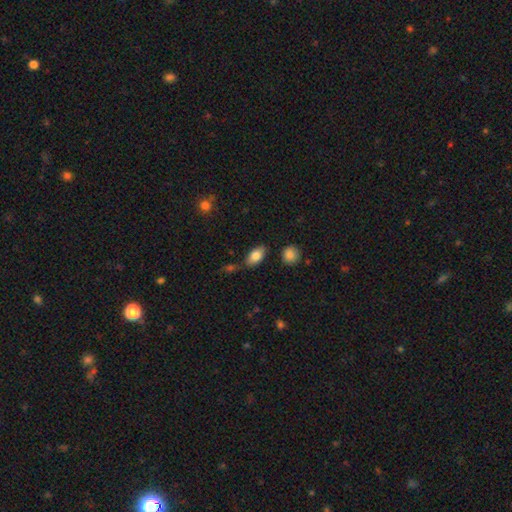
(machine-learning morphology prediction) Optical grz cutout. It shows a smooth galaxy with no disk features (81%) that is in between round and cigar-shaped (90%). Merging: none (75%).